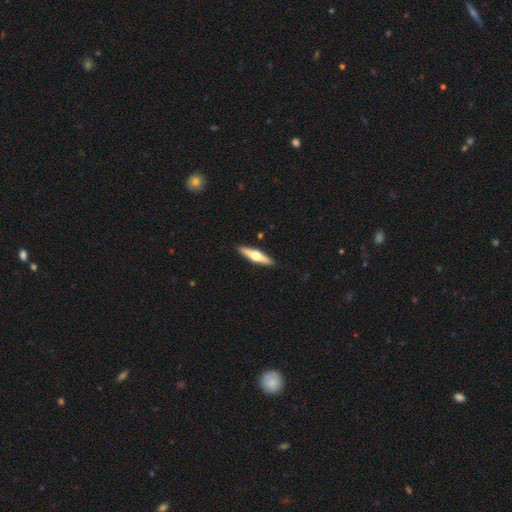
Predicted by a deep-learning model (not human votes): A featured or disk galaxy (60%) viewed edge-on (96%) with a rounded central bulge (95%).

Vote fractions:
- Smooth or featured? featured or disk: 60% / smooth: 35% / star or artifact: 5%
- Edge-on disk? yes: 96% / no: 4%
- Edge-on bulge? rounded: 95% / boxy: 3% / none: 2%
- Merging? none: 91% / minor disturbance: 6% / major disturbance: 1% / merger: 1%